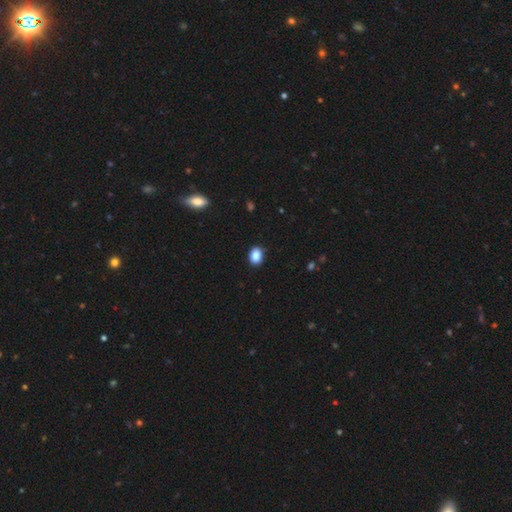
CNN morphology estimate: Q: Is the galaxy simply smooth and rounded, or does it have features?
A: smooth — 87%.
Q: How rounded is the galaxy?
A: in between — 63%.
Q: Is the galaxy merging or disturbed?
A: none — 89%.